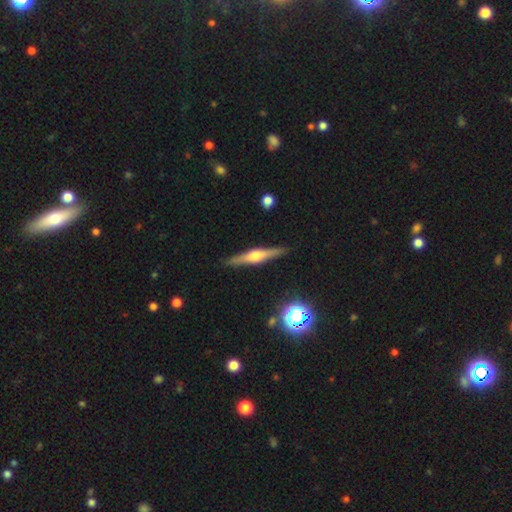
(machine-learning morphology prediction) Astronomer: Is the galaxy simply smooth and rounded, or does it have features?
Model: featured or disk — 71%.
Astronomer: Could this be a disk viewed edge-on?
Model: yes — 97%.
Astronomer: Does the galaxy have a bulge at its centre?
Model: rounded — 88%.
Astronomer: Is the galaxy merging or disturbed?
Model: none — 89%.